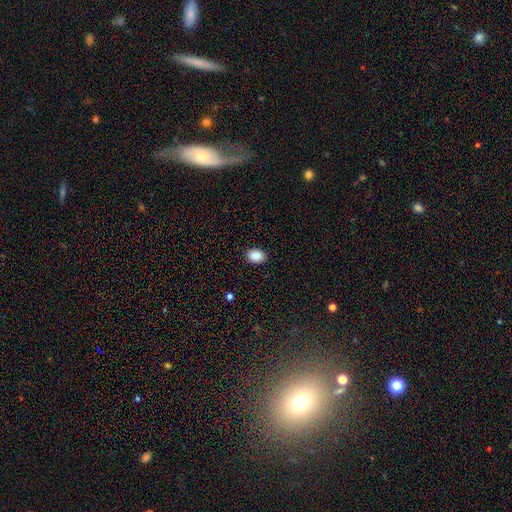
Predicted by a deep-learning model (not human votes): This appears to be a smooth galaxy with no disk features (89%) that is in between round and cigar-shaped (72%). Merging: none (89%).